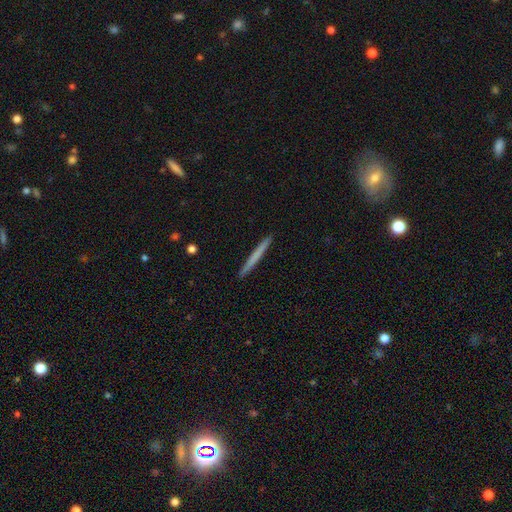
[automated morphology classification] Smooth or featured? Predicted: smooth (p=0.62). How rounded? Predicted: cigar-shaped (p=0.97). Merging? Predicted: none (p=0.93).